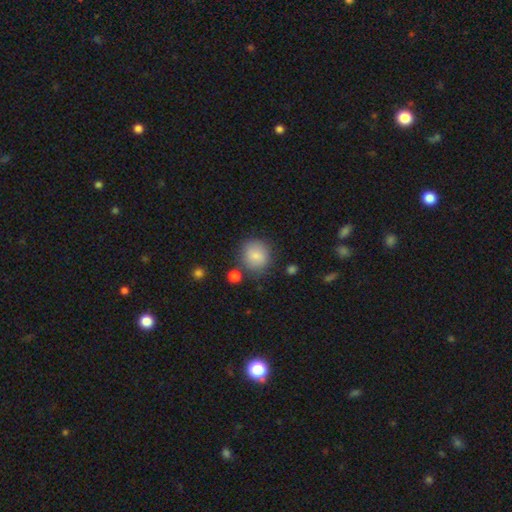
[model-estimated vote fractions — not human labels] Smooth or featured?
  - smooth: 83% *
  - star or artifact: 9%
  - featured or disk: 8%
How rounded?
  - round: 86% *
  - in between: 14%
  - cigar-shaped: 1%
Merging?
  - none: 76% *
  - minor disturbance: 14%
  - merger: 5%
  - major disturbance: 5%